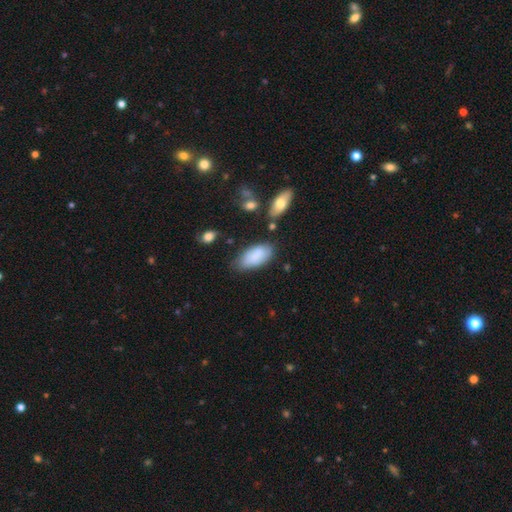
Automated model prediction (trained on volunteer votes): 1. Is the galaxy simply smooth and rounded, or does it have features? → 83% smooth, 10% featured or disk, 7% star or artifact.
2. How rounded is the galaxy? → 92% in between, 5% cigar-shaped, 2% round.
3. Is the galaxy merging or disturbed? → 64% none, 25% minor disturbance, 6% major disturbance, 5% merger.